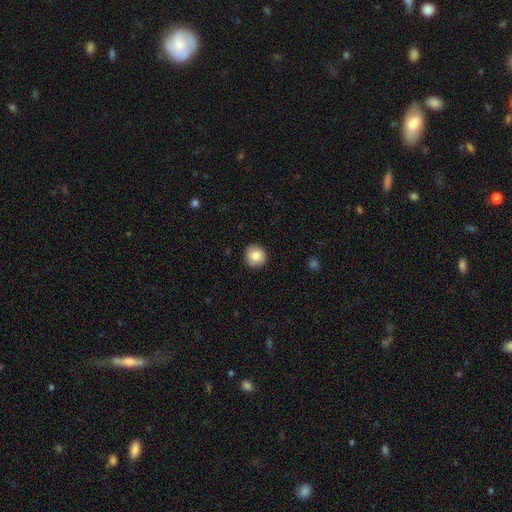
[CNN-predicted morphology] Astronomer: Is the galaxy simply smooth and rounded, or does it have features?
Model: smooth — 84%.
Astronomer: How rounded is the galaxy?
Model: round — 93%.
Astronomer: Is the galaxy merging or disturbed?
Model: none — 90%.